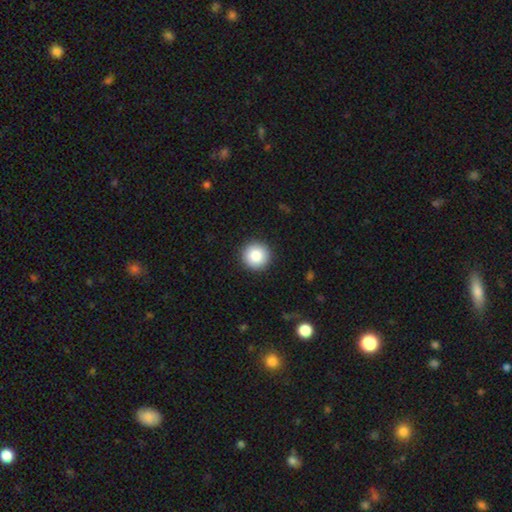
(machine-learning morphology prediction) smooth_or_featured: smooth (p=0.86) [alt: star or artifact p=0.08]
how_rounded: round (p=0.96) [alt: in between p=0.03]
merging: none (p=0.93) [alt: minor disturbance p=0.05]